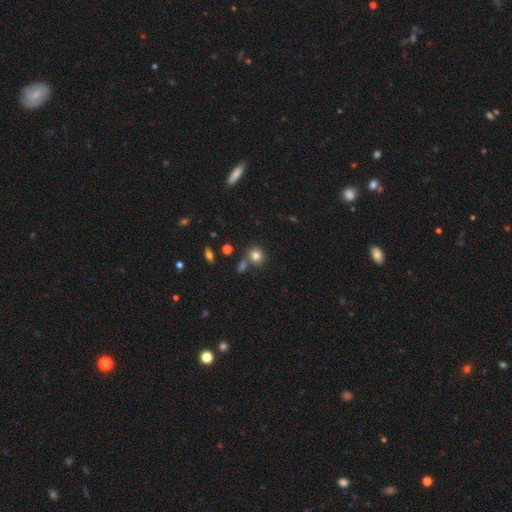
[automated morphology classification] Overall: smooth (79%). How rounded: round (85%). Merging: none (70%).